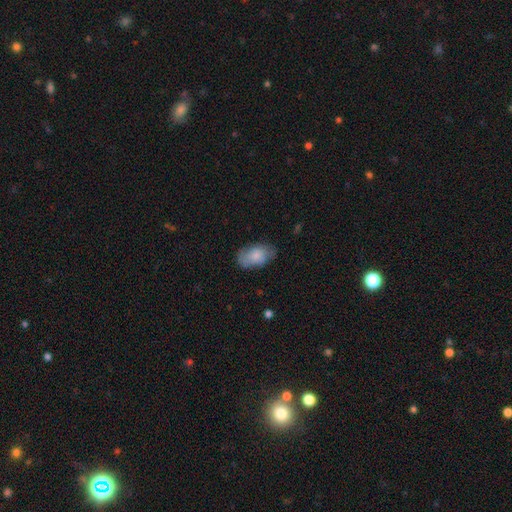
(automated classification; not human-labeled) Smooth or featured: smooth — 78% (featured or disk — 15%)
How rounded: in between — 93% (round — 6%)
Merging: none — 70% (minor disturbance — 23%)